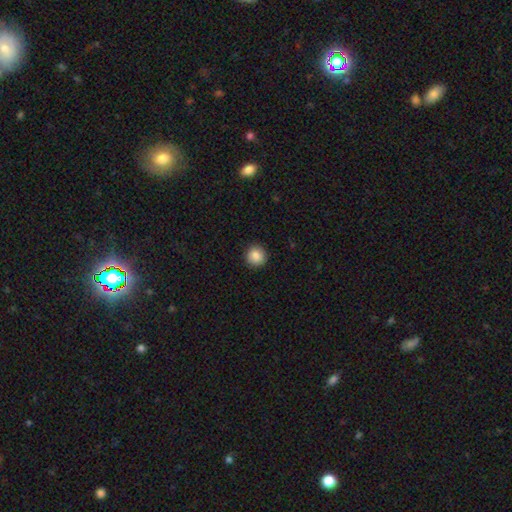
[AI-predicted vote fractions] smooth-or-featured: smooth: 87% | star or artifact: 9% | featured or disk: 4%
  how-rounded: round: 92% | in between: 7% | cigar-shaped: 1%
  merging: none: 91% | minor disturbance: 6% | major disturbance: 2% | merger: 1%